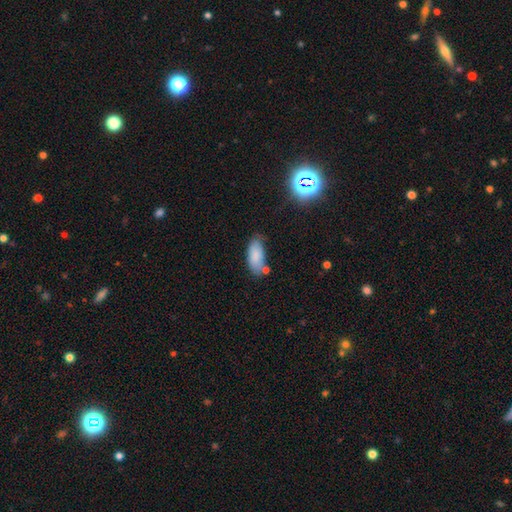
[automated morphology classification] Smooth or featured? smooth (83%)
How rounded? in between (88%)
Merging? none (61%)